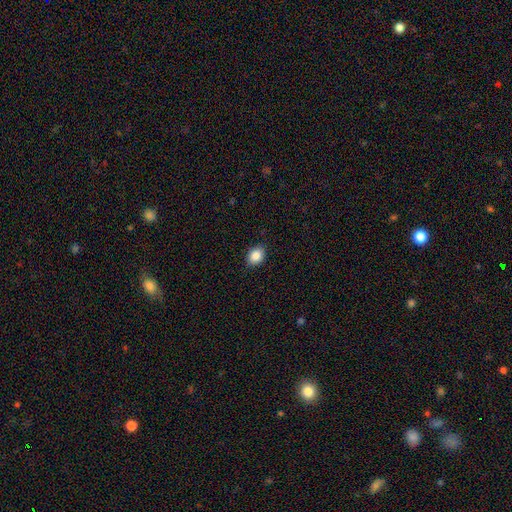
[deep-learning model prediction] This is clearly a smooth galaxy (87%). How rounded: likely in between (60%). Merging: clearly none (88%).